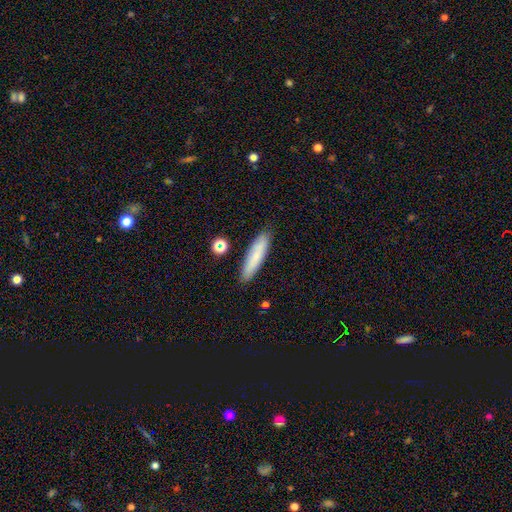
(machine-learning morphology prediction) A smooth galaxy with no disk features (75%) that is cigar-shaped (78%).

Vote fractions:
- Smooth or featured? smooth: 75% / featured or disk: 18% / star or artifact: 7%
- How rounded? cigar-shaped: 78% / in between: 20% / round: 2%
- Merging? none: 86% / minor disturbance: 10% / merger: 2% / major disturbance: 2%